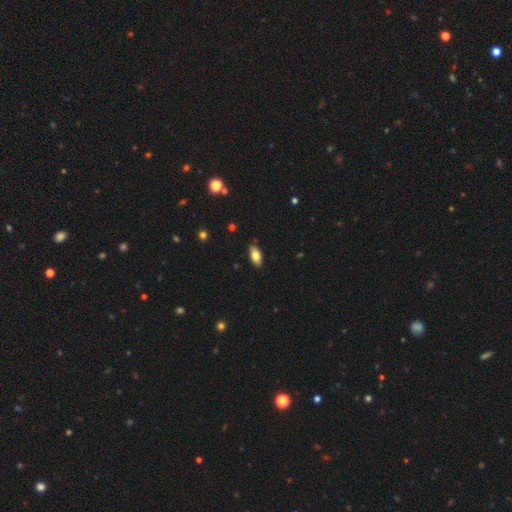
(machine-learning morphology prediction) Overall: smooth (79%). How rounded: in between (89%). Merging: none (87%).